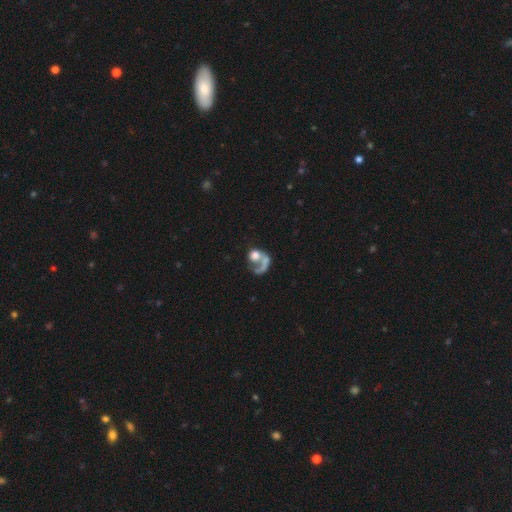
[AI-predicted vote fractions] Smooth or featured? featured or disk (47%)
Merging? merger (35%)